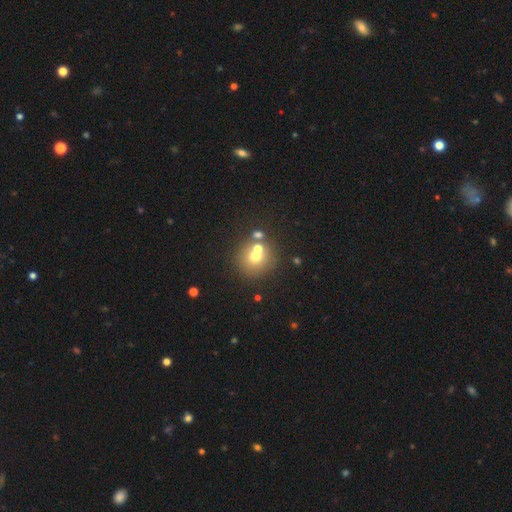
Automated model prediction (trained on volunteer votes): smooth_or_featured: smooth (p=0.65) [alt: featured or disk p=0.20]
how_rounded: round (p=0.89) [alt: in between p=0.10]
merging: none (p=0.58) [alt: merger p=0.30]